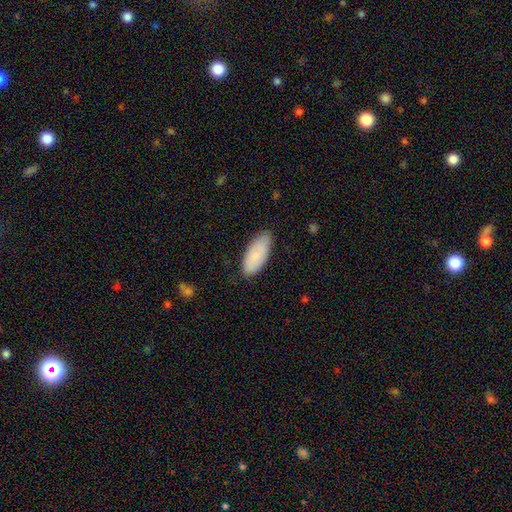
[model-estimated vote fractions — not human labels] A smooth galaxy with no disk features (83%) that is in between round and cigar-shaped (87%).

Vote fractions:
- Smooth or featured? smooth: 83% / featured or disk: 11% / star or artifact: 6%
- How rounded? in between: 87% / cigar-shaped: 12% / round: 2%
- Merging? none: 79% / minor disturbance: 17% / major disturbance: 3% / merger: 1%